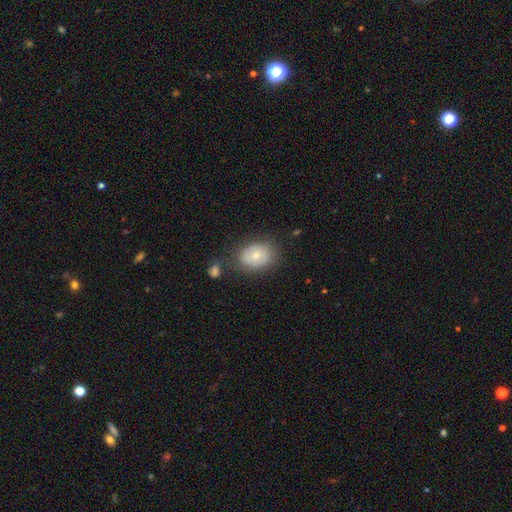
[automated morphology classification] Overall: smooth (67%). How rounded: in between (65%; round 34%). Merging: none (68%).